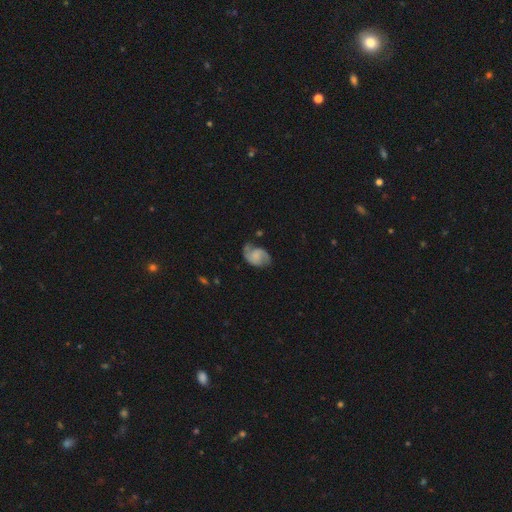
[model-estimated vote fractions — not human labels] A featured or disk galaxy (75%) with no bar (60%), 2 (89%) medium (47%) spiral arms (95%) and no central bulge (41%).

Vote fractions:
- Smooth or featured? featured or disk: 75% / smooth: 18% / star or artifact: 7%
- Edge-on disk? no: 98% / yes: 2%
- Bar? no: 60% / weak: 34% / strong: 7%
- Spiral arms? yes: 95% / no: 5%
- Spiral winding? medium: 47% / loose: 31% / tight: 21%
- Spiral arm count? 2: 89% / can't tell: 4% / 1: 4% / 3: 1% / 4: 1% / more than 4: 1%
- Bulge size? none: 41% / small: 34% / moderate: 18% / large: 5% / dominant: 2%
- Merging? none: 64% / minor disturbance: 23% / major disturbance: 10% / merger: 3%